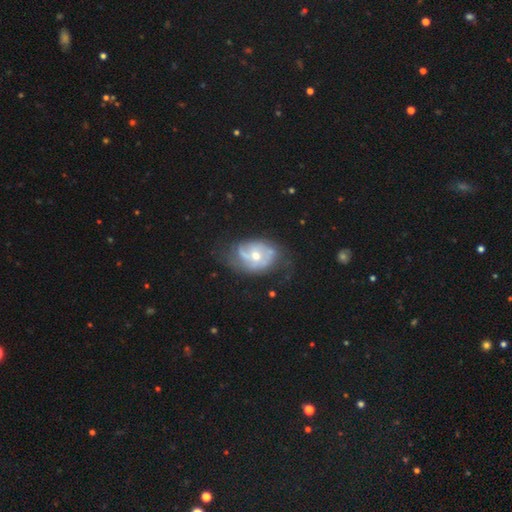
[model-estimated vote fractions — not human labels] Overall: featured or disk (75%). Edge-on disk: no (96%). Bar: no (64%; weak 30%). Spiral arms: yes (81%). Spiral arm count: 2 (46%; can't tell 28%). Spiral winding: medium (41%; tight 34%). Bulge size: moderate (62%; small 32%). Merging: none (49%; minor disturbance 28%).